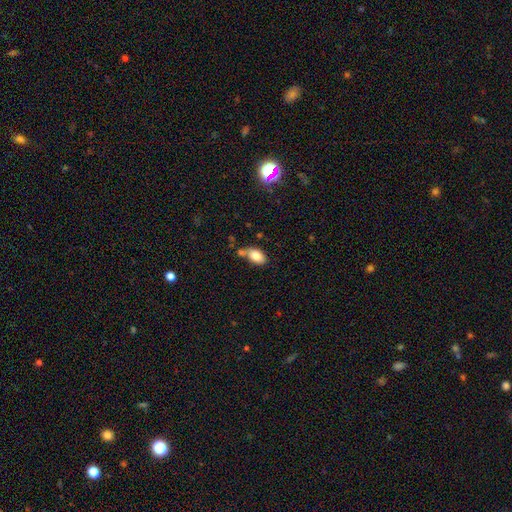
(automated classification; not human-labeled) Overall: smooth (83%). How rounded: in between (92%). Merging: none (52%; merger 23%).